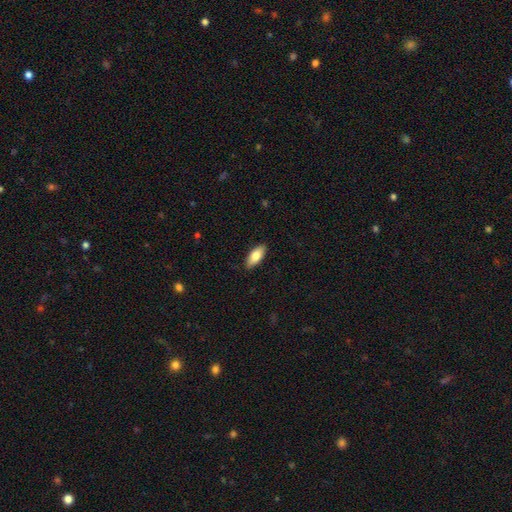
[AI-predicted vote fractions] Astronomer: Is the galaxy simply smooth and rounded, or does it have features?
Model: smooth — 82%.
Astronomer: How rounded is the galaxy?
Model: in between — 85%.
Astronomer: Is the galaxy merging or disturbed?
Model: none — 89%.